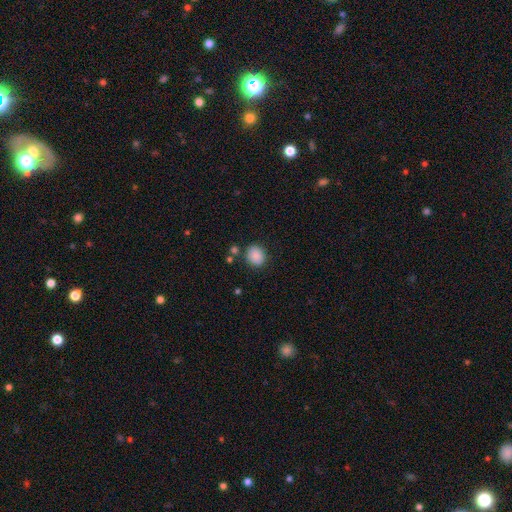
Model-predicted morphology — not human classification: type=smooth (88%); roundness=round (66%); merging=none (81%).